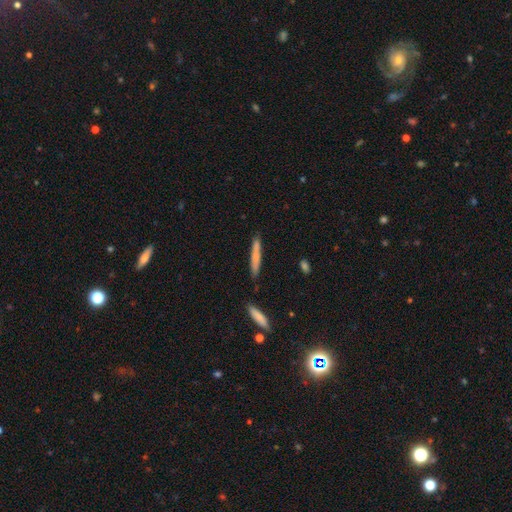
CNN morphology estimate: Smooth or featured?
  - smooth: 71% *
  - featured or disk: 23%
  - star or artifact: 6%
How rounded?
  - cigar-shaped: 95% *
  - in between: 4%
  - round: 1%
Merging?
  - none: 83% *
  - minor disturbance: 11%
  - merger: 4%
  - major disturbance: 2%